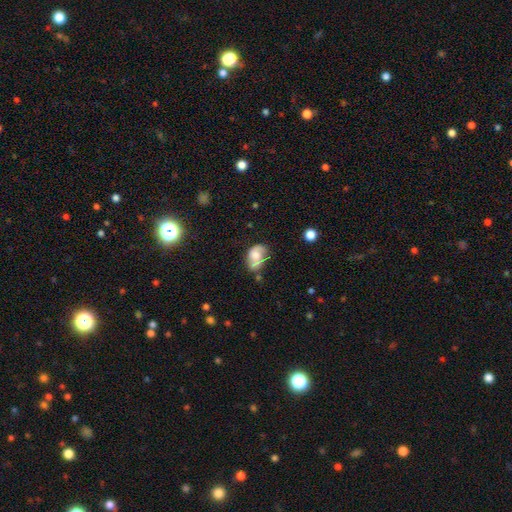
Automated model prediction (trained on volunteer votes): smooth_or_featured: featured or disk (p=0.46) [alt: smooth p=0.45]
merging: none (p=0.41) [alt: minor disturbance p=0.32]